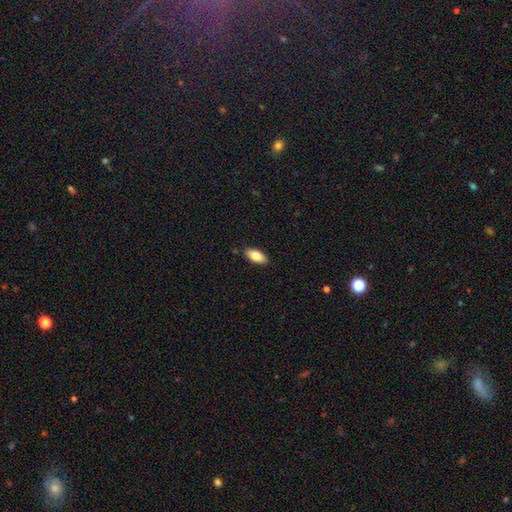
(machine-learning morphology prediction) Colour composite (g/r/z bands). It shows a smooth galaxy with no disk features (80%) that is in between round and cigar-shaped (89%). Merging: none (88%).